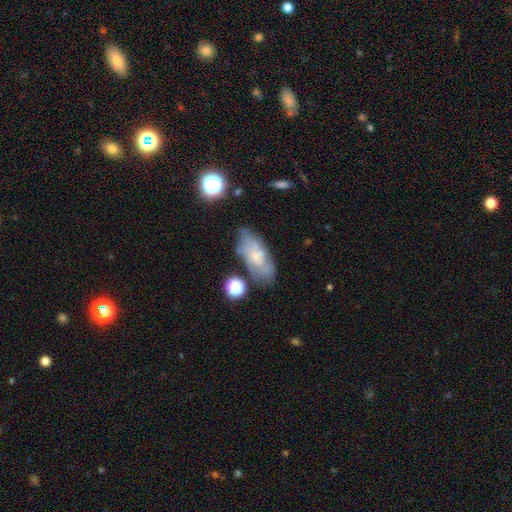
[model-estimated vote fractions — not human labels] Overall: featured or disk (50%; smooth 41%). Merging: none (59%; minor disturbance 24%).